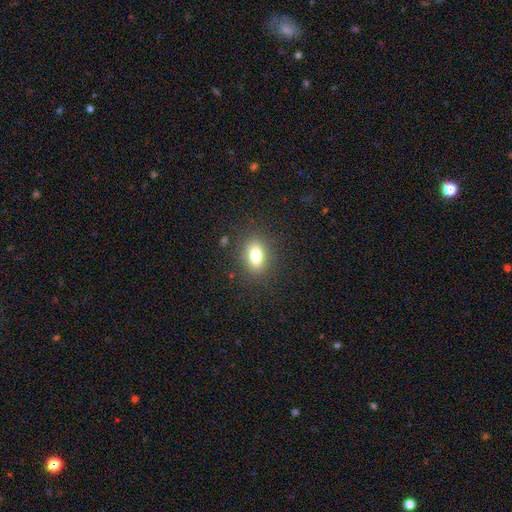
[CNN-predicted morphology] Q: Smooth or featured?
A: smooth (77%); runner-up: featured or disk (12%)
Q: How rounded?
A: in between (73%); runner-up: round (24%)
Q: Merging?
A: none (85%); runner-up: minor disturbance (10%)